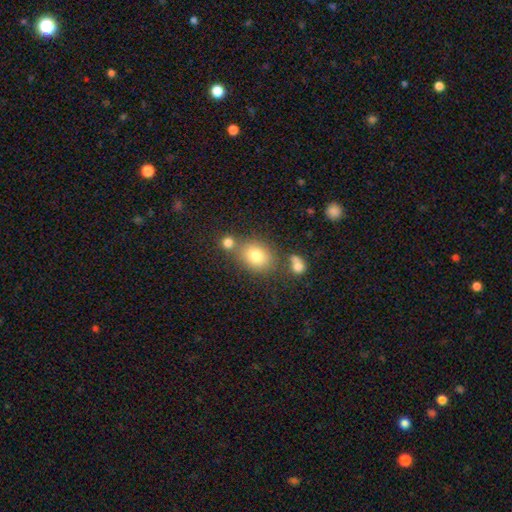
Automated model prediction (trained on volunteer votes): smooth_or_featured: smooth (p=0.78) [alt: star or artifact p=0.11]
how_rounded: round (p=0.54) [alt: in between p=0.45]
merging: none (p=0.63) [alt: merger p=0.20]